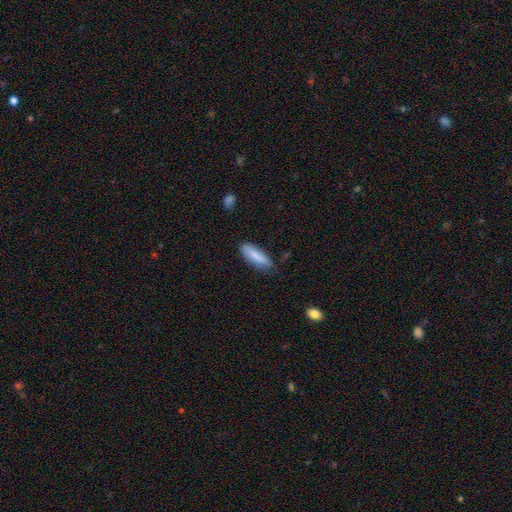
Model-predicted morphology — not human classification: This is clearly a smooth galaxy (84%). How rounded: possibly in between (53%). Merging: likely none (73%).